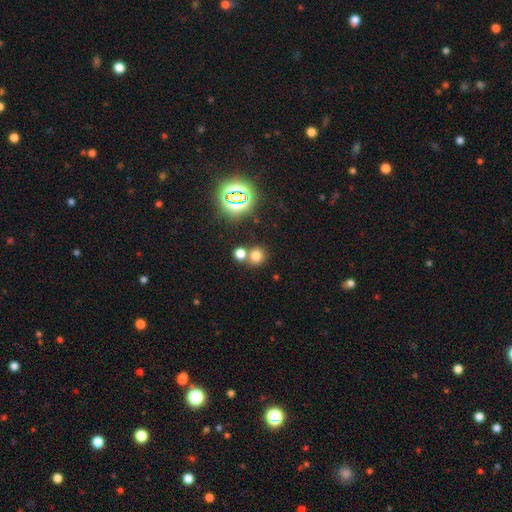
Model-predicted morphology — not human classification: Smooth or featured? smooth (69%)
How rounded? round (84%)
Merging? none (57%)